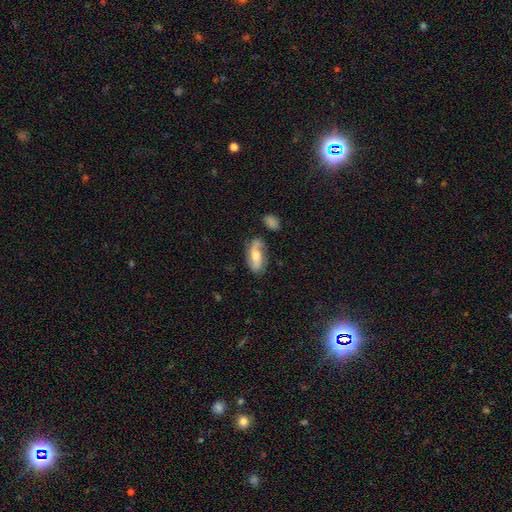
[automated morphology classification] Overall: featured or disk (57%; smooth 37%). Edge-on disk: no (90%). Bar: no (48%; weak 36%). Spiral arms: yes (87%). Bulge size: moderate (59%; small 20%). Merging: none (66%).